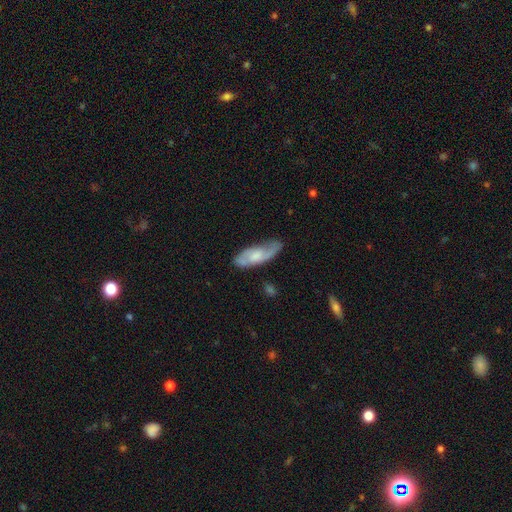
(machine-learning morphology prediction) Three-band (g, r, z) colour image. It shows a featured or disk galaxy (57%). Merging: none (67%).